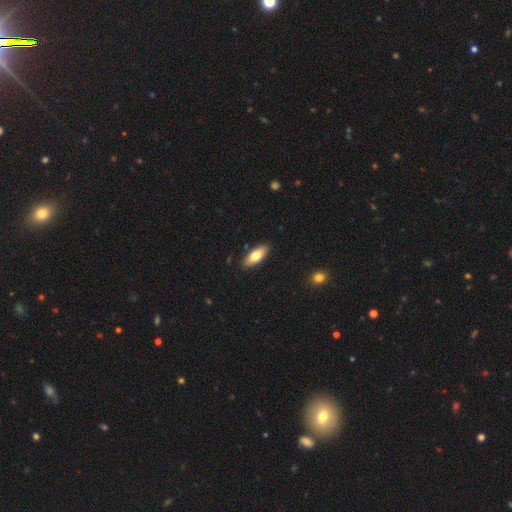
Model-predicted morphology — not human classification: A smooth galaxy with no disk features (75%) that is in between round and cigar-shaped (74%). Merging: none (88%).